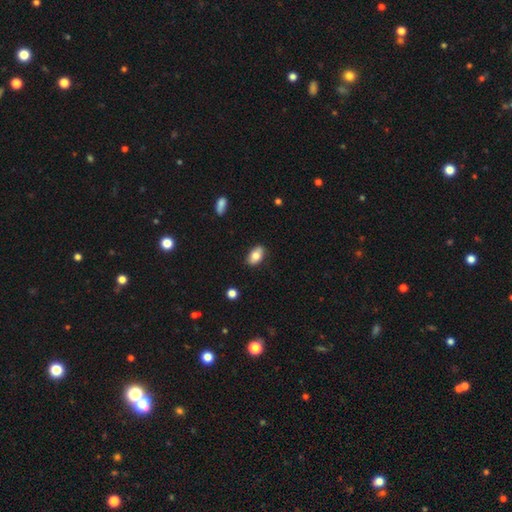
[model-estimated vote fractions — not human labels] Overall: smooth (81%). How rounded: in between (91%). Merging: none (86%).